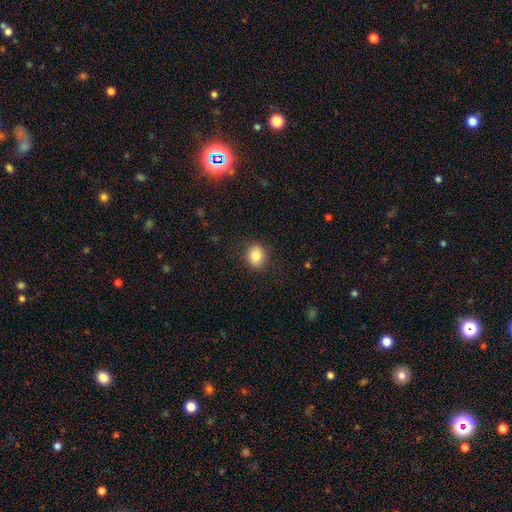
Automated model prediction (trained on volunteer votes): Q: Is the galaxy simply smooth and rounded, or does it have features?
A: smooth — 83%.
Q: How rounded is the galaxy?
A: round — 70%.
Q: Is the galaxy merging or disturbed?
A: none — 87%.